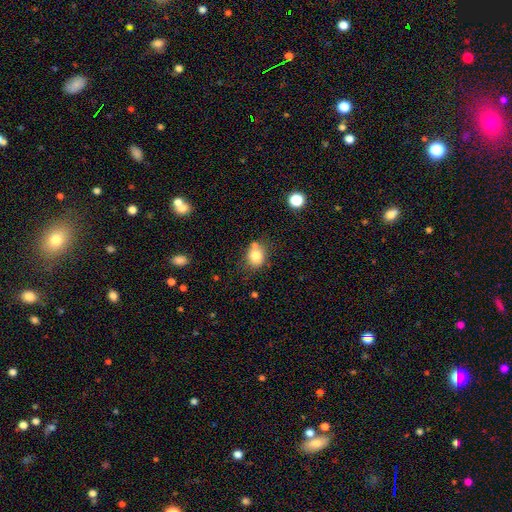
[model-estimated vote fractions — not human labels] Smooth or featured: smooth — 79% (star or artifact — 11%)
How rounded: round — 65% (in between — 34%)
Merging: none — 60% (merger — 17%)